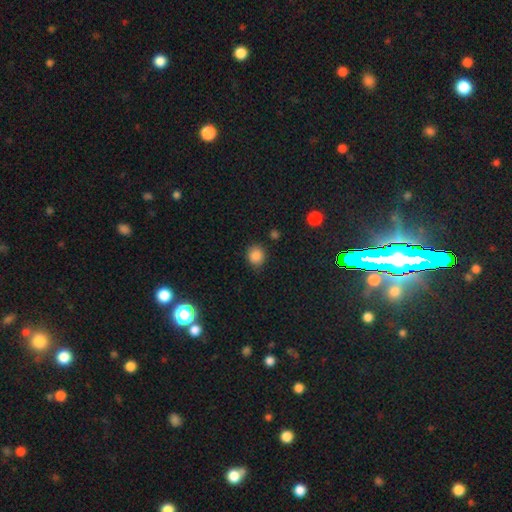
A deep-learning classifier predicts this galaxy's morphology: Smooth or featured?
  - smooth: 85% *
  - star or artifact: 11%
  - featured or disk: 4%
How rounded?
  - round: 74% *
  - in between: 25%
  - cigar-shaped: 1%
Merging?
  - none: 81% *
  - minor disturbance: 13%
  - major disturbance: 3%
  - merger: 2%